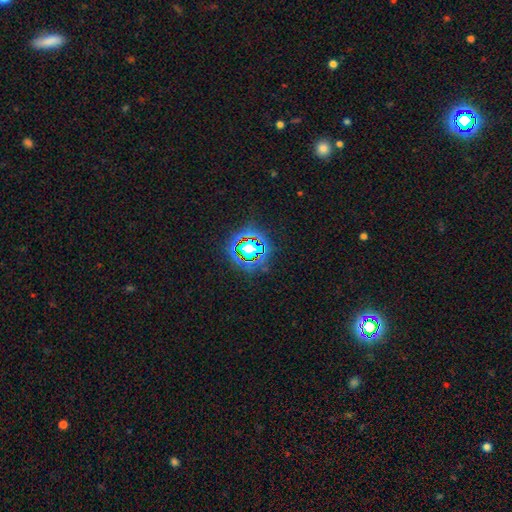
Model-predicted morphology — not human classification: Q: Smooth or featured?
A: star or artifact (81%); runner-up: smooth (12%)